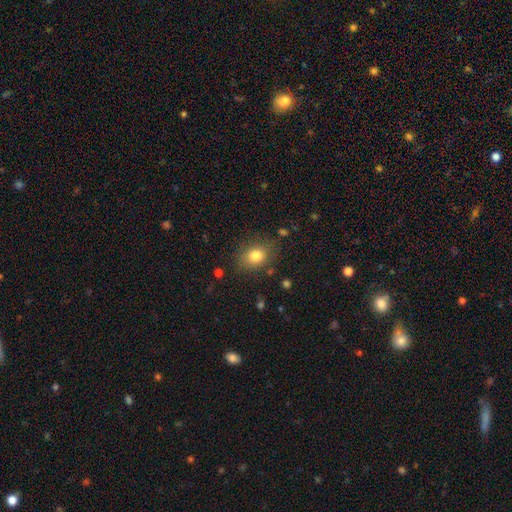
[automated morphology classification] smooth_or_featured: smooth (p=0.81) [alt: star or artifact p=0.11]
how_rounded: in between (p=0.57) [alt: round p=0.42]
merging: none (p=0.79) [alt: minor disturbance p=0.14]